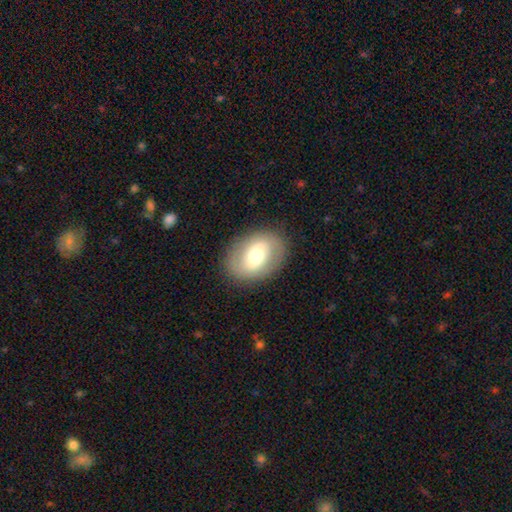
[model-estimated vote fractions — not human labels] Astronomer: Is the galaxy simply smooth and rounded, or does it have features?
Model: smooth — 51% (runner-up: featured or disk, 41%).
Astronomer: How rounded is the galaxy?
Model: in between — 71%.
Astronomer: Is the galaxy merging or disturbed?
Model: none — 84%.